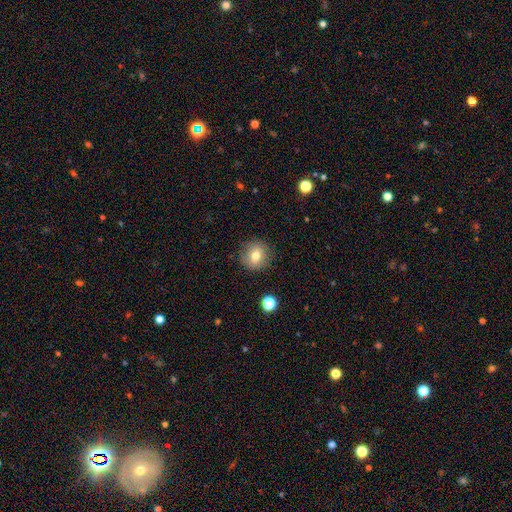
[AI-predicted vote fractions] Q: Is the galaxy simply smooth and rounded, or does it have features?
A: smooth — 73%.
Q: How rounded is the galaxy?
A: round — 90%.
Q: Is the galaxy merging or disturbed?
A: none — 88%.